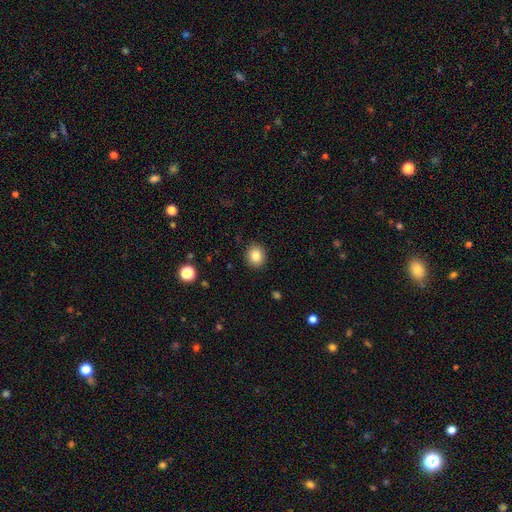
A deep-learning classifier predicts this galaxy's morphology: smooth_or_featured: smooth (p=0.84) [alt: star or artifact p=0.10]
how_rounded: round (p=0.81) [alt: in between p=0.18]
merging: none (p=0.91) [alt: minor disturbance p=0.06]